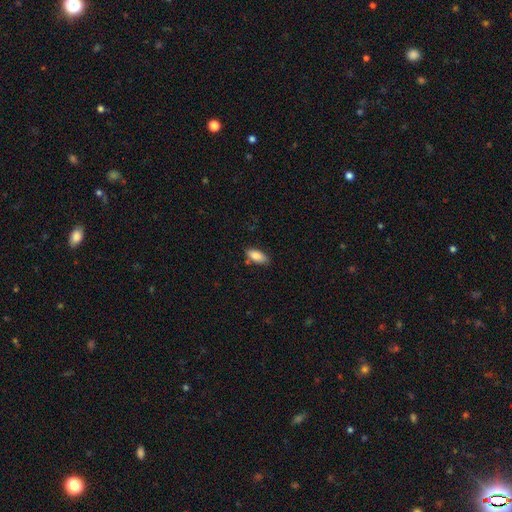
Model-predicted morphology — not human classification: A smooth galaxy with no disk features (84%) that is in between round and cigar-shaped (86%). Merging: none (78%).